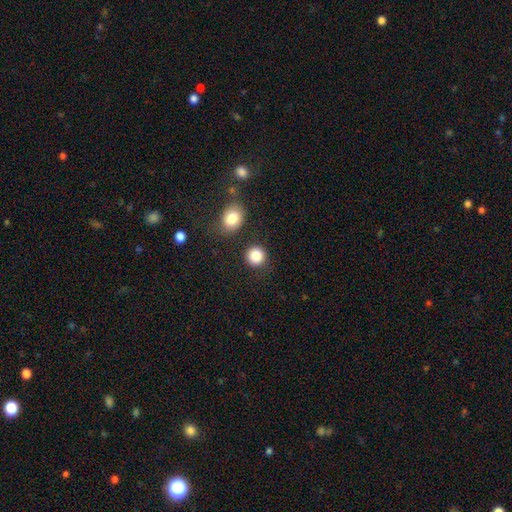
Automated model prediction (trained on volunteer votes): A smooth galaxy with no disk features (86%) that is round (90%). Merging: none (83%).